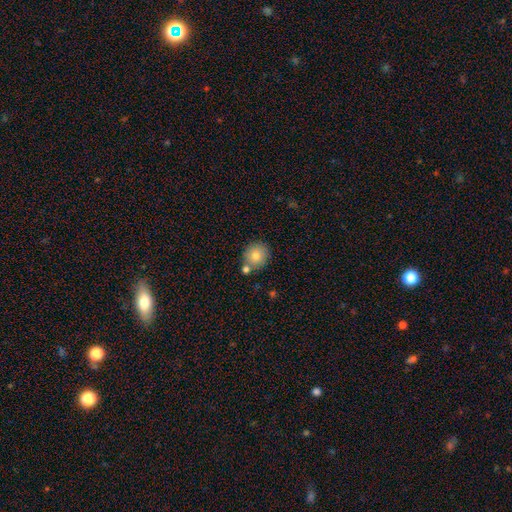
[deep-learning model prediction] This is clearly a smooth galaxy (81%). How rounded: likely round (79%). Merging: likely none (69%).